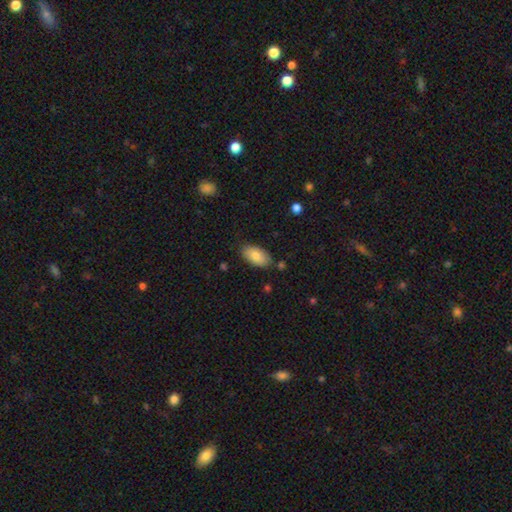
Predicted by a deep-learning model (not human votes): Overall: smooth (83%). How rounded: in between (94%). Merging: none (82%).